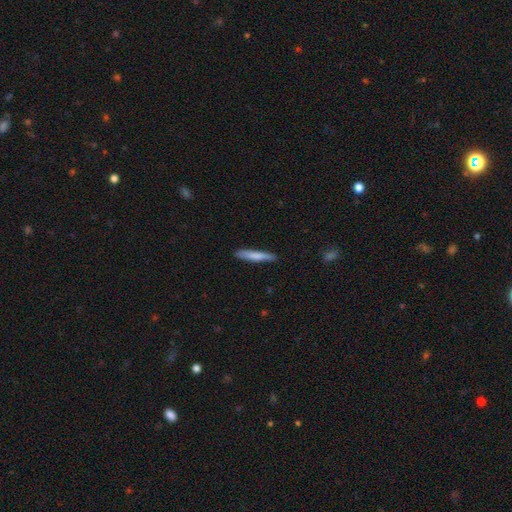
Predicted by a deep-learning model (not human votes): A smooth galaxy with no disk features (73%) that is cigar-shaped (94%). Merging: none (85%).